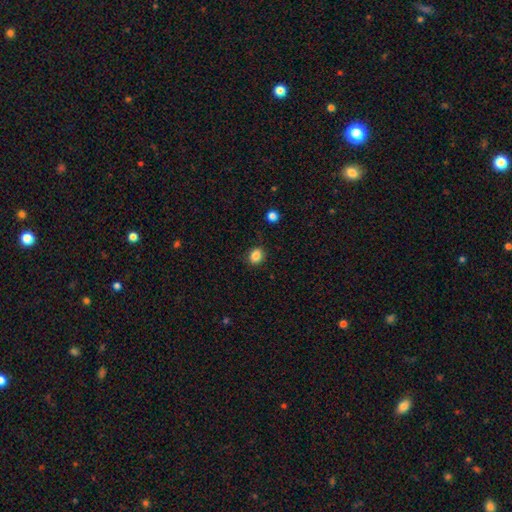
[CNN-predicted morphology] The model was most divided on "how rounded": round: 61%, in between: 38%, cigar-shaped: 1%. More confident: merging — none (87%); smooth or featured — smooth (85%).